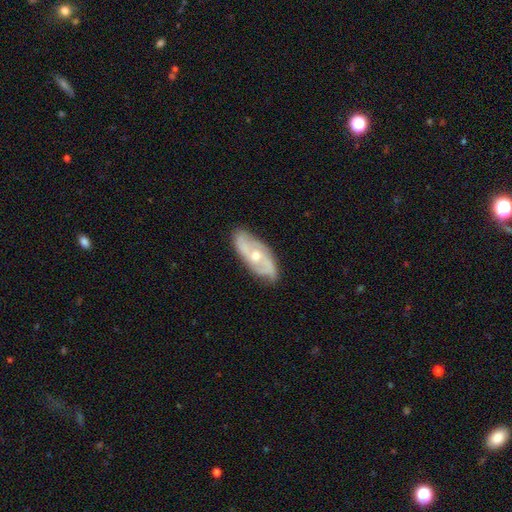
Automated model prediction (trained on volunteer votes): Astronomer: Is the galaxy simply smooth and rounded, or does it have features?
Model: featured or disk — 78%.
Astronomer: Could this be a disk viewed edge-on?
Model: no — 90%.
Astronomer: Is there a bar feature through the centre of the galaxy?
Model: no — 59%.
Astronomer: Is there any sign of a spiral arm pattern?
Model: yes — 92%.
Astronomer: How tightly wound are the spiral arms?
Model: medium — 46% (runner-up: tight, 32%).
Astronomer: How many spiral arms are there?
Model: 2 — 65%.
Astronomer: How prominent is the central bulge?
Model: moderate — 62%.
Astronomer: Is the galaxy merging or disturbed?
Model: none — 81%.